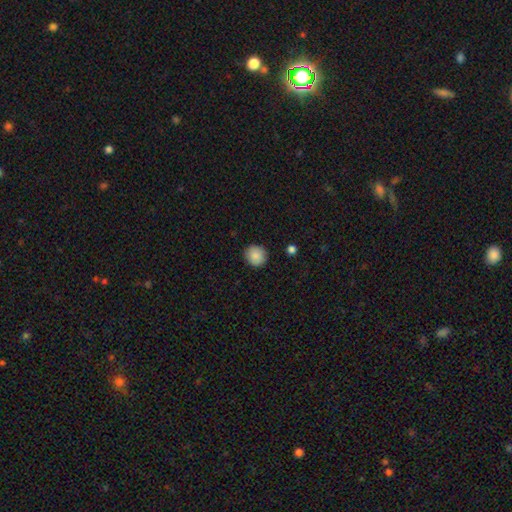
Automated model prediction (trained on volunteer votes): Smooth or featured: smooth — 87% (star or artifact — 8%)
How rounded: round — 93% (in between — 7%)
Merging: none — 91% (minor disturbance — 6%)